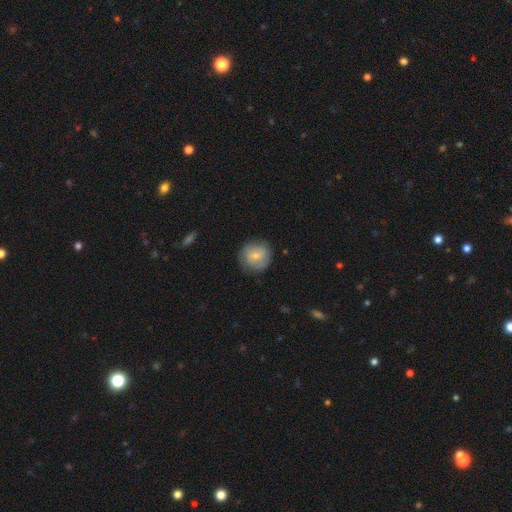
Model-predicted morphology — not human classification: type=smooth (68%); roundness=round (90%); merging=none (80%).